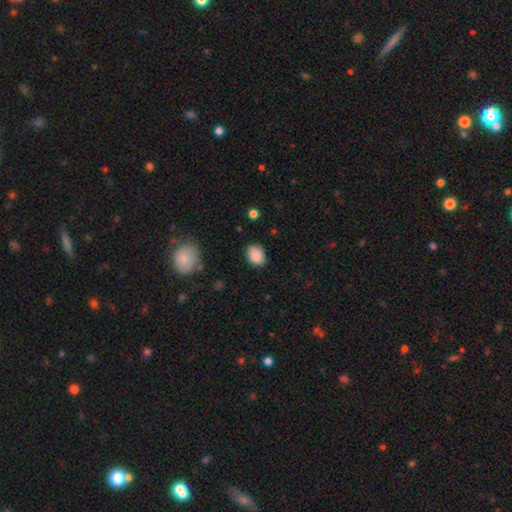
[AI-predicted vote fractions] Smooth or featured?
  - smooth: 87% *
  - star or artifact: 8%
  - featured or disk: 5%
How rounded?
  - in between: 65% *
  - round: 34%
  - cigar-shaped: 1%
Merging?
  - none: 79% *
  - minor disturbance: 16%
  - major disturbance: 3%
  - merger: 1%